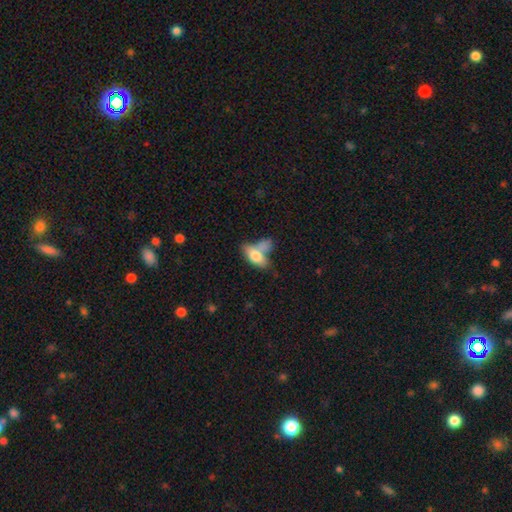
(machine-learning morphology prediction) smooth-or-featured: smooth: 72% | featured or disk: 21% | star or artifact: 7%
  how-rounded: in between: 83% | cigar-shaped: 12% | round: 5%
  merging: merger: 42% | none: 32% | minor disturbance: 15% | major disturbance: 10%